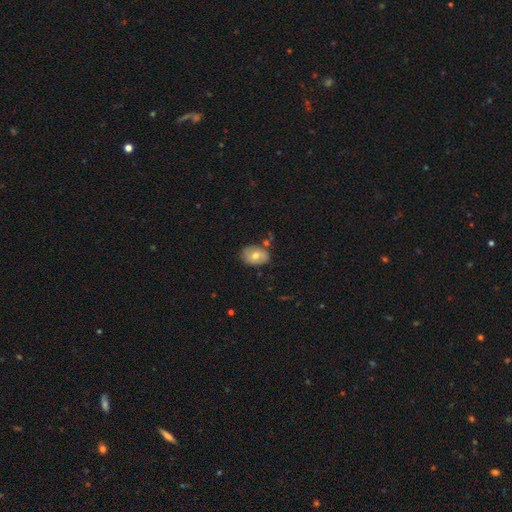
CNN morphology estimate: smooth-or-featured: smooth: 66% | featured or disk: 25% | star or artifact: 9%
  how-rounded: in between: 81% | round: 18% | cigar-shaped: 1%
  merging: none: 70% | minor disturbance: 20% | merger: 7% | major disturbance: 4%